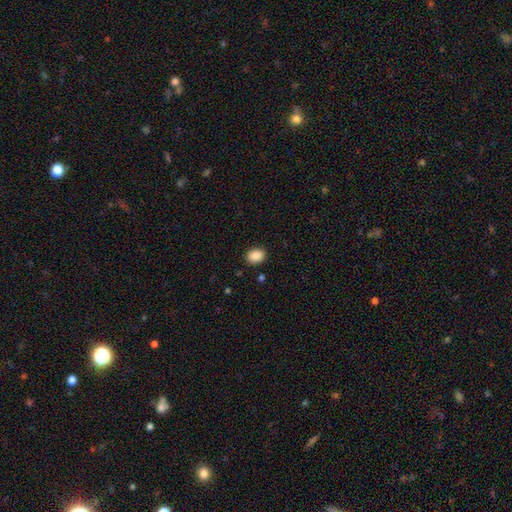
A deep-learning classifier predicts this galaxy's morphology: smooth 89%, star or artifact 8%, featured or disk 3%. Down the decision tree: how rounded — in between (58%); merging — none (89%).